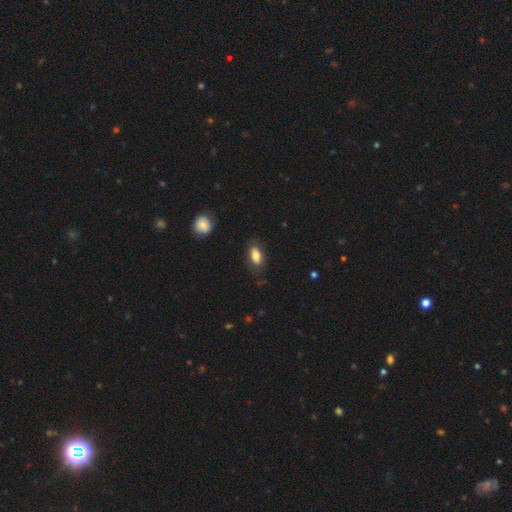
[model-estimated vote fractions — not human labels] Q: Smooth or featured?
A: smooth (83%); runner-up: featured or disk (10%)
Q: How rounded?
A: in between (90%); runner-up: round (6%)
Q: Merging?
A: none (79%); runner-up: minor disturbance (15%)